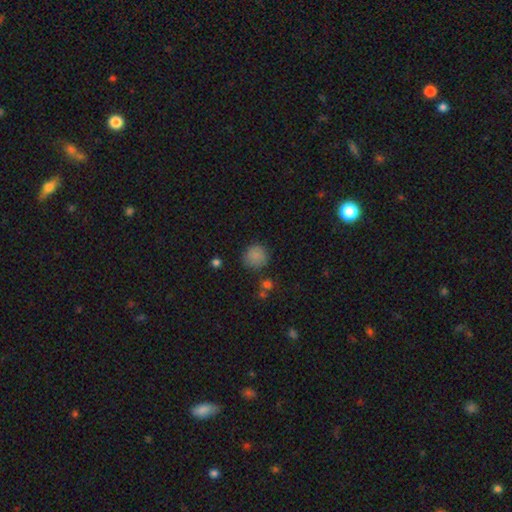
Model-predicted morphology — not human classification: smooth 83%, star or artifact 11%, featured or disk 6%. Down the decision tree: how rounded — round (91%); merging — none (79%).